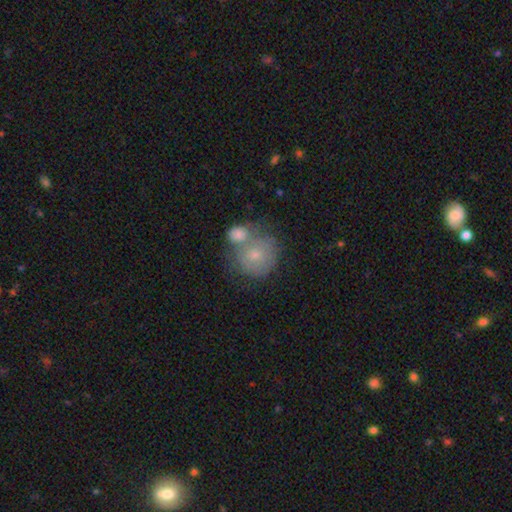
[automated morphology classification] The model was most divided on "merging": merger: 47%, none: 33%, minor disturbance: 14%, major disturbance: 6%. More confident: how rounded — round (85%); smooth or featured — smooth (66%).